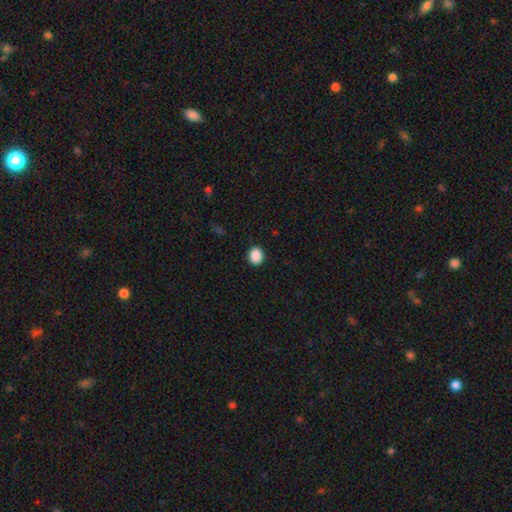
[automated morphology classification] smooth_or_featured: smooth (p=0.89) [alt: star or artifact p=0.09]
how_rounded: round (p=0.65) [alt: in between p=0.34]
merging: none (p=0.91) [alt: minor disturbance p=0.06]